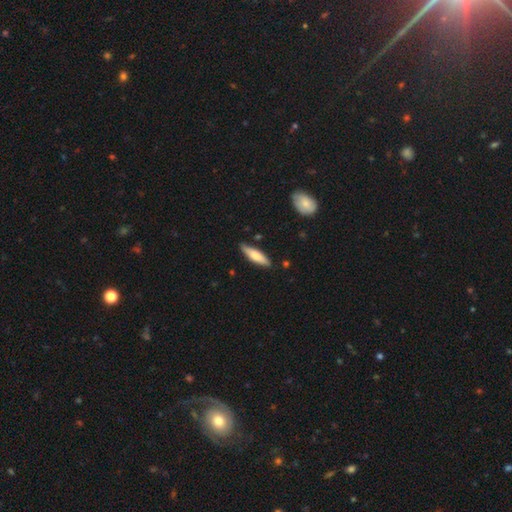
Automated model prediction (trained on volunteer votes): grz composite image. It shows a smooth galaxy with no disk features (69%) that is cigar-shaped (65%). Merging: none (82%).